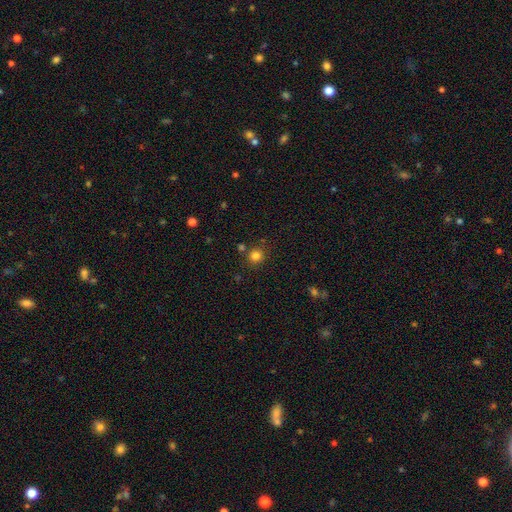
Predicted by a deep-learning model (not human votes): The model was most divided on "smooth or featured": smooth: 81%, star or artifact: 14%, featured or disk: 5%. More confident: how rounded — round (91%); merging — none (82%).